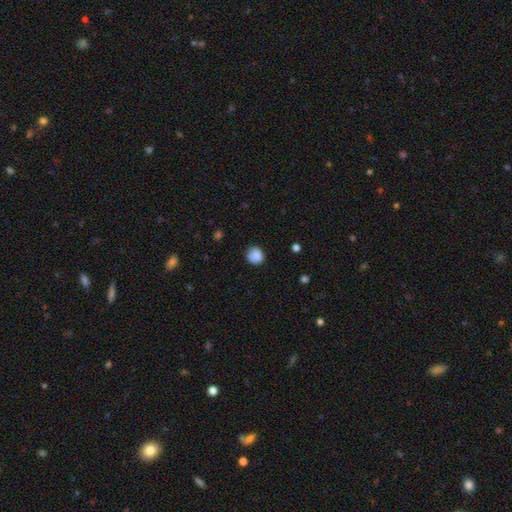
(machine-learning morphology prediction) A smooth galaxy with no disk features (86%) that is round (84%).

Vote fractions:
- Smooth or featured? smooth: 86% / star or artifact: 9% / featured or disk: 5%
- How rounded? round: 84% / in between: 15% / cigar-shaped: 1%
- Merging? none: 77% / minor disturbance: 18% / major disturbance: 4% / merger: 2%